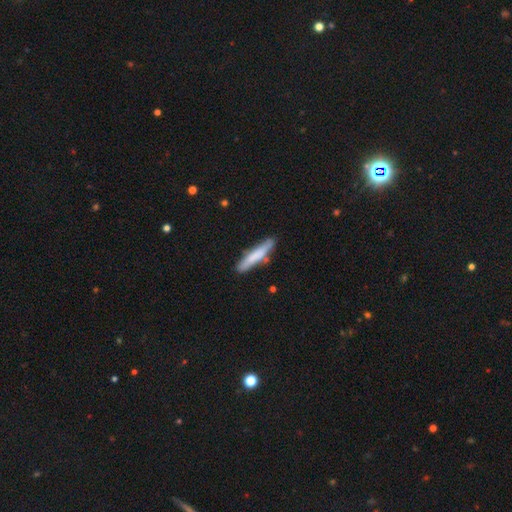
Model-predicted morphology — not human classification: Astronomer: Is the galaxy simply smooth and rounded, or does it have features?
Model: smooth — 70%.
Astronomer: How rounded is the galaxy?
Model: cigar-shaped — 90%.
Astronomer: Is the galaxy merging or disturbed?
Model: none — 77%.